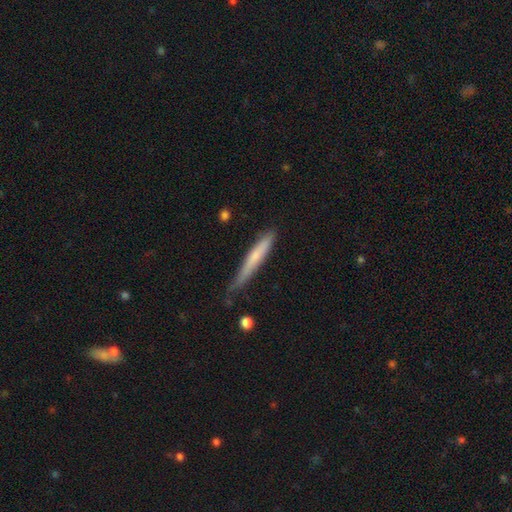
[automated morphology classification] type=smooth (63%); roundness=cigar-shaped (95%); merging=none (63%).